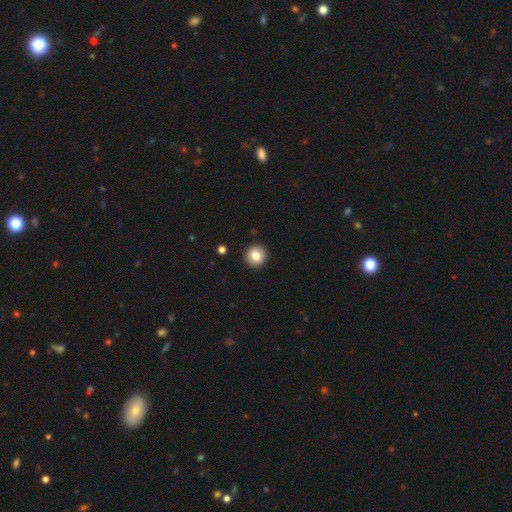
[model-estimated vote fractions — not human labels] smooth 84%, star or artifact 9%, featured or disk 8%. Down the decision tree: how rounded — round (93%); merging — none (92%).